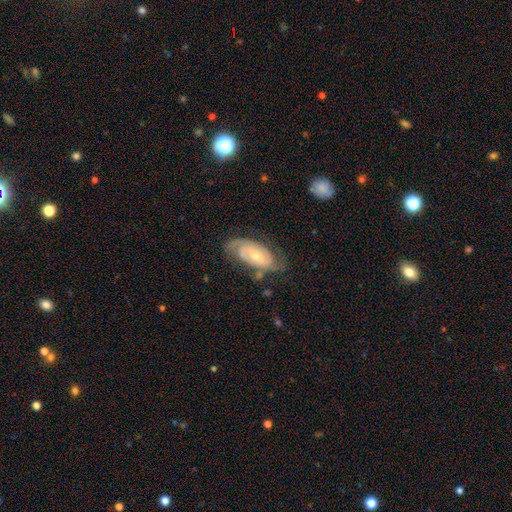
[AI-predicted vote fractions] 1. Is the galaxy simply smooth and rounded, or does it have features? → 77% featured or disk, 18% smooth, 6% star or artifact.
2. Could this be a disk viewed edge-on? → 94% no, 6% yes.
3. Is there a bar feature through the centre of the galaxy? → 66% no, 28% weak, 6% strong.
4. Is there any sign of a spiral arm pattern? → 91% yes, 9% no.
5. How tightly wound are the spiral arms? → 55% tight, 33% medium, 12% loose.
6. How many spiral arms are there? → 54% 2, 24% can't tell, 11% 1, 8% 3, 2% 4, 2% more than 4.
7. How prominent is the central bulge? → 51% moderate, 45% small, 2% large, 1% none, 1% dominant.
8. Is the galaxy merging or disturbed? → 63% none, 23% minor disturbance, 11% major disturbance, 3% merger.